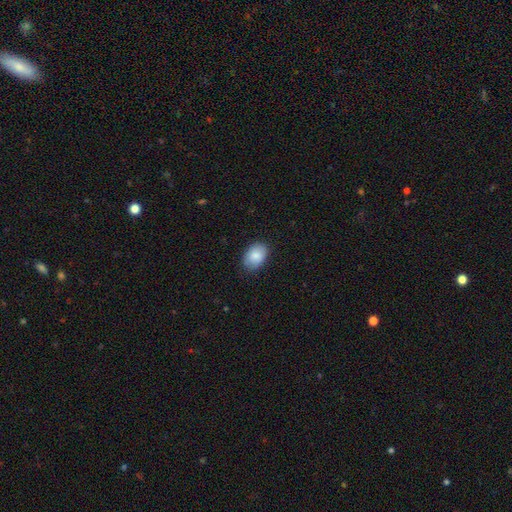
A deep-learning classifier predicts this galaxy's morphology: This appears to be a smooth galaxy with no disk features (86%) that is in between round and cigar-shaped (83%). Merging: none (82%).